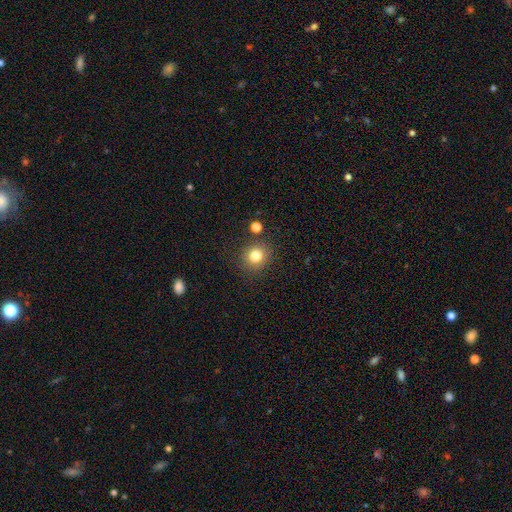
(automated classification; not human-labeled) This appears to be a smooth galaxy with no disk features (81%) that is round (84%). Merging: none (84%).